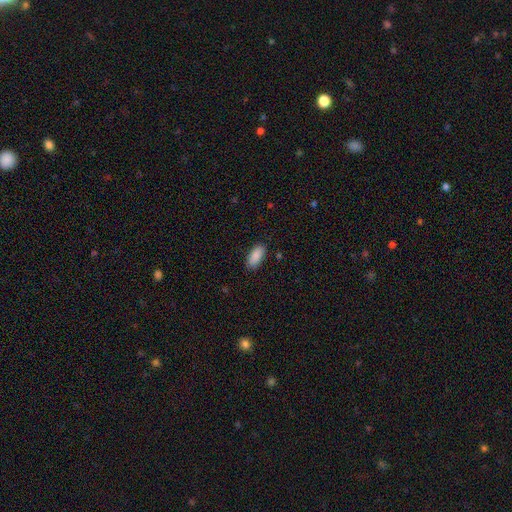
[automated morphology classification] This appears to be a smooth galaxy with no disk features (90%) that is in between round and cigar-shaped (90%). Merging: none (87%).